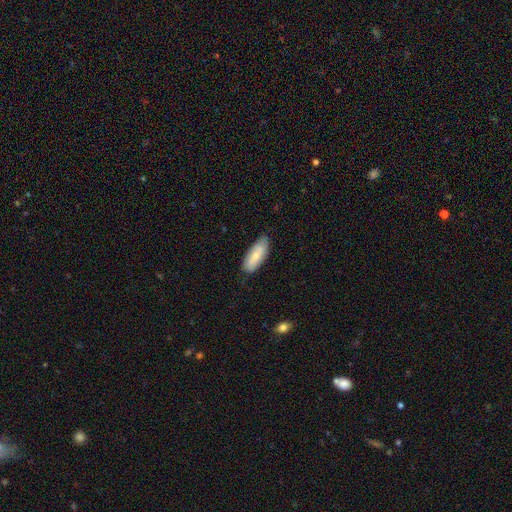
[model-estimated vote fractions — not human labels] smooth_or_featured: smooth (p=0.70) [alt: featured or disk p=0.25]
how_rounded: in between (p=0.77) [alt: cigar-shaped p=0.21]
merging: none (p=0.77) [alt: minor disturbance p=0.19]